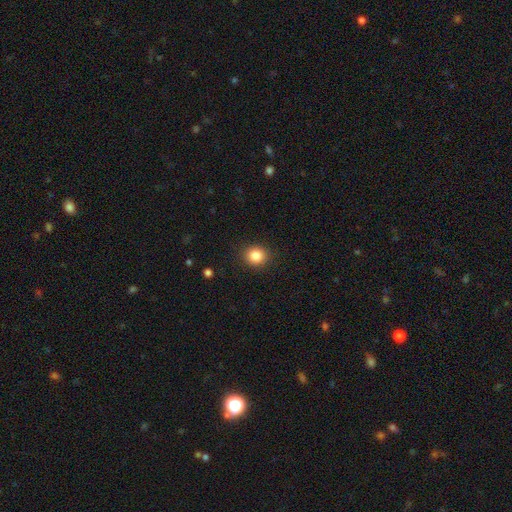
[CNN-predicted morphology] A smooth galaxy with no disk features (85%) that is round (81%).

Vote fractions:
- Smooth or featured? smooth: 85% / star or artifact: 10% / featured or disk: 5%
- How rounded? round: 81% / in between: 18% / cigar-shaped: 1%
- Merging? none: 90% / minor disturbance: 7% / major disturbance: 2% / merger: 1%